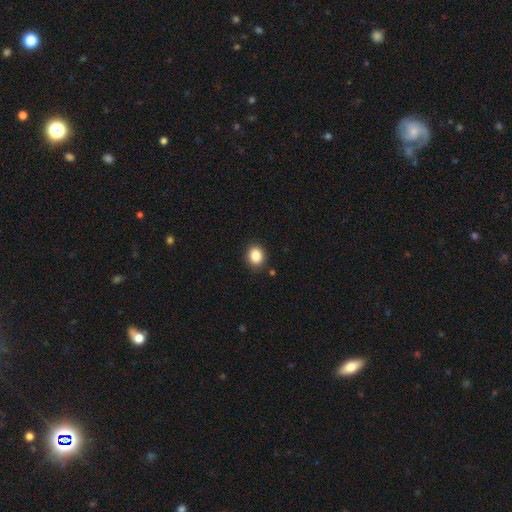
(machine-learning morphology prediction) Overall: smooth (87%). How rounded: round (60%; in between 39%). Merging: none (88%).